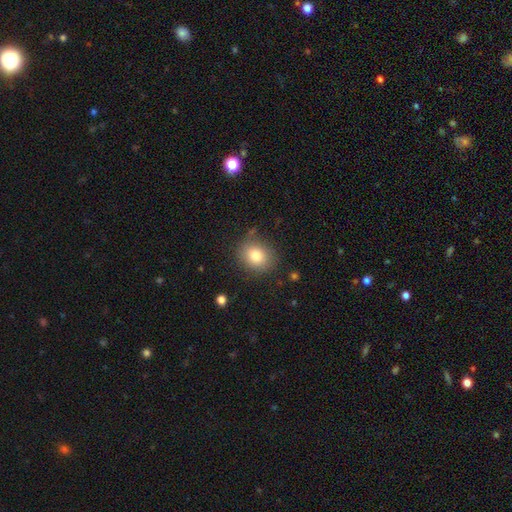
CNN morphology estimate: This is clearly a smooth galaxy (81%). How rounded: likely round (68%). Merging: clearly none (82%).